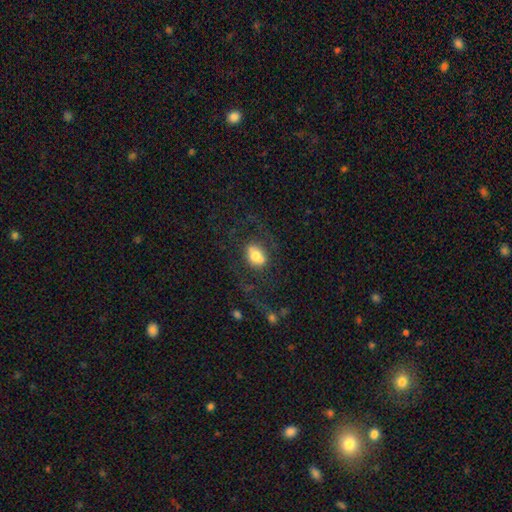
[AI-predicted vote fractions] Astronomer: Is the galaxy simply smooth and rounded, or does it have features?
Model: smooth — 57%.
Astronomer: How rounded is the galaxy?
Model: in between — 64%.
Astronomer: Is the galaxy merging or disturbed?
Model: none — 49%.